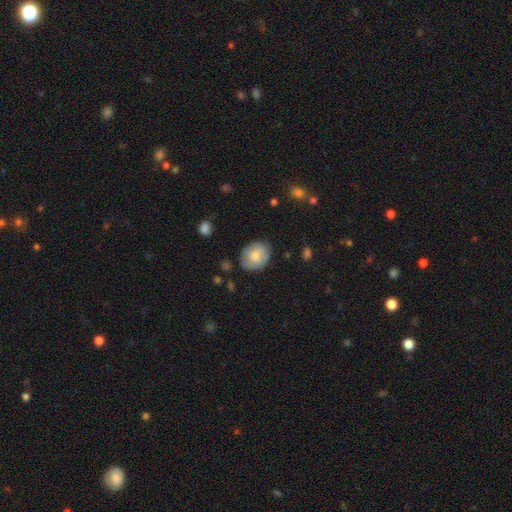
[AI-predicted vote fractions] This appears to be a smooth galaxy with no disk features (73%) that is round (58%). Merging: none (76%).